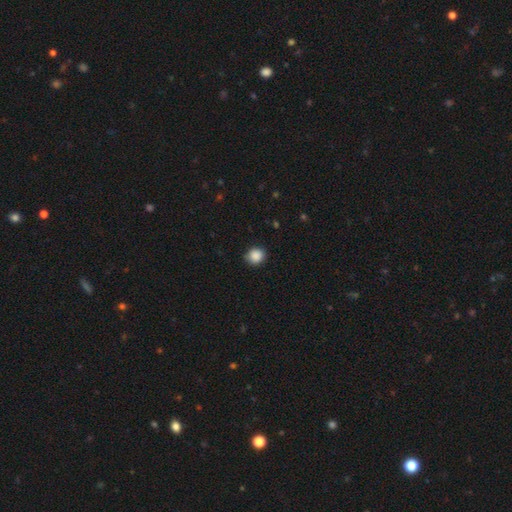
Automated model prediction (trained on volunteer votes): Smooth or featured? Predicted: smooth (p=0.88). How rounded? Predicted: round (p=0.85). Merging? Predicted: none (p=0.83).